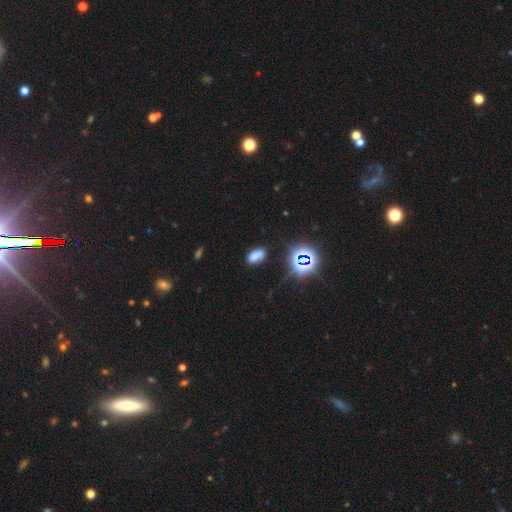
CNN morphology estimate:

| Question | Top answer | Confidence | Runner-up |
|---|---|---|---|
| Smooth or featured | smooth | 65% | star or artifact (25%) |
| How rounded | in between | 87% | round (7%) |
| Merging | none | 72% | minor disturbance (17%) |